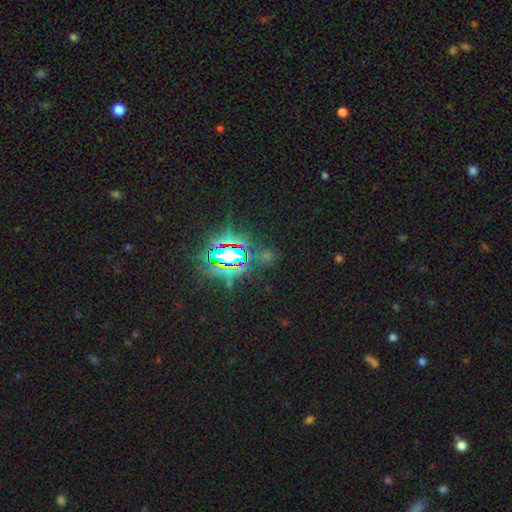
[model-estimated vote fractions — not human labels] Morphology: type=star or artifact (84%).